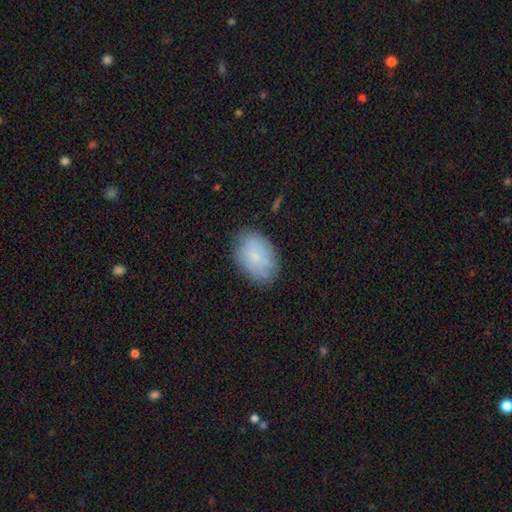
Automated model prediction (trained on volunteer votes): A smooth galaxy with no disk features (72%) that is in between round and cigar-shaped (85%).

Vote fractions:
- Smooth or featured? smooth: 72% / featured or disk: 20% / star or artifact: 8%
- How rounded? in between: 85% / round: 14% / cigar-shaped: 1%
- Merging? none: 79% / minor disturbance: 16% / major disturbance: 4% / merger: 1%